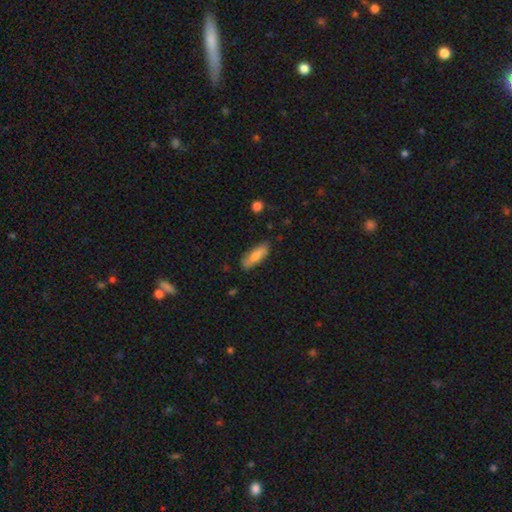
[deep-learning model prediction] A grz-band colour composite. It shows a smooth galaxy with no disk features (71%) that is in between round and cigar-shaped (55%). Merging: none (83%).